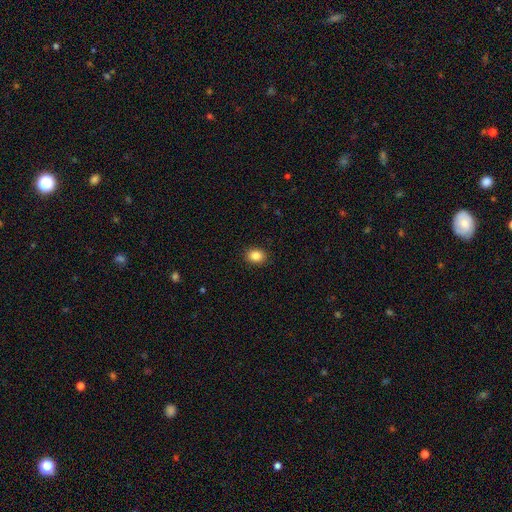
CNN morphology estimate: The model was most divided on "how rounded": in between: 53%, round: 47%, cigar-shaped: 1%. More confident: merging — none (90%); smooth or featured — smooth (86%).